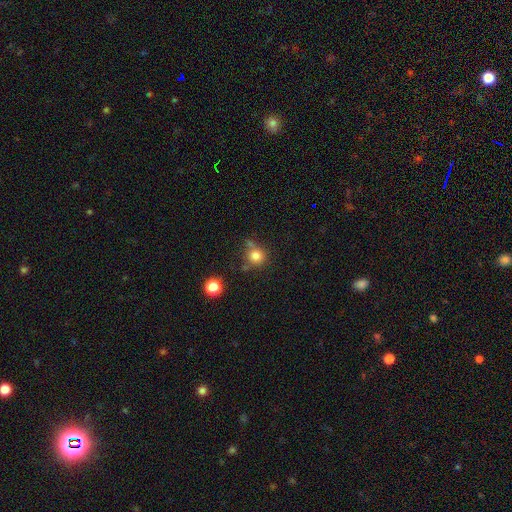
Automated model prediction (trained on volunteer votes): Smooth or featured: smooth — 80% (star or artifact — 13%)
How rounded: round — 90% (in between — 9%)
Merging: none — 64% (minor disturbance — 17%)